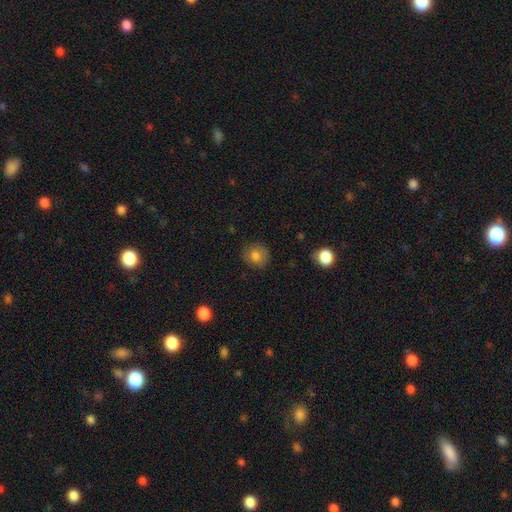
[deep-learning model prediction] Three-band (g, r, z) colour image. It shows a smooth galaxy with no disk features (79%) that is round (81%). Merging: none (82%).